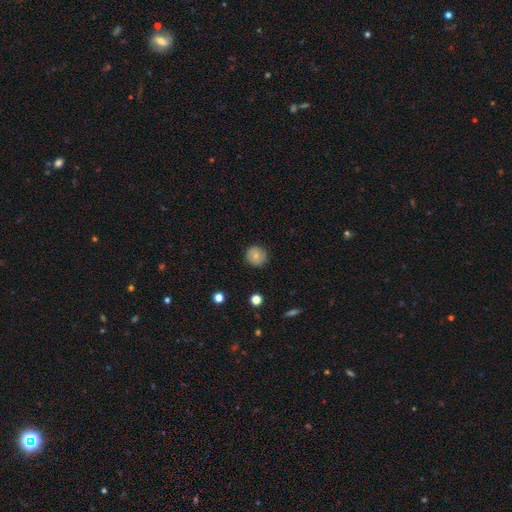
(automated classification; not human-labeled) The model was most divided on "smooth or featured": smooth: 75%, featured or disk: 16%, star or artifact: 9%. More confident: how rounded — round (91%); merging — none (84%).